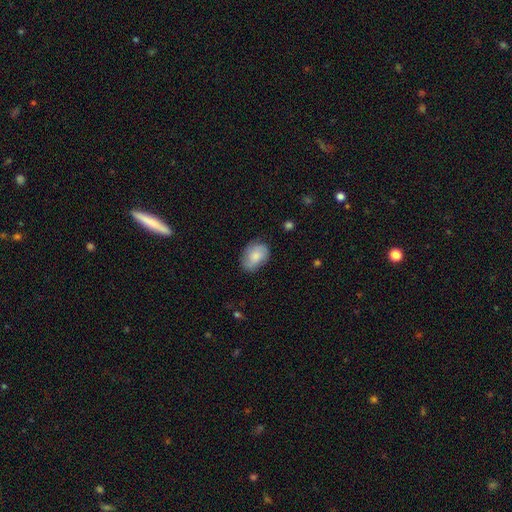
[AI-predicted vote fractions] Smooth or featured?
  - smooth: 69% *
  - featured or disk: 24%
  - star or artifact: 7%
How rounded?
  - in between: 76% *
  - round: 23%
  - cigar-shaped: 1%
Merging?
  - none: 71% *
  - minor disturbance: 23%
  - major disturbance: 5%
  - merger: 1%